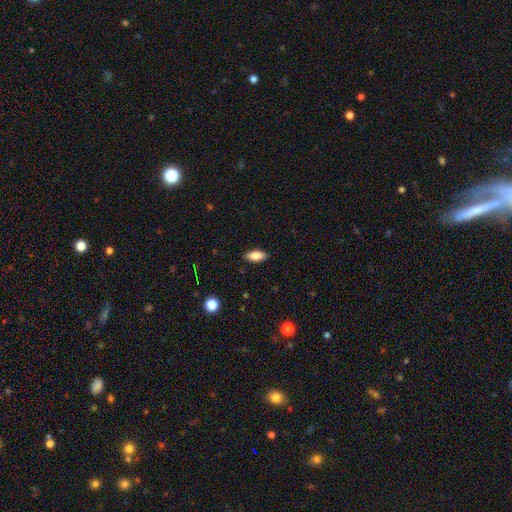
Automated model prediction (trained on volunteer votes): Q: Smooth or featured?
A: smooth (84%); runner-up: featured or disk (8%)
Q: How rounded?
A: in between (88%); runner-up: cigar-shaped (10%)
Q: Merging?
A: none (89%); runner-up: minor disturbance (8%)